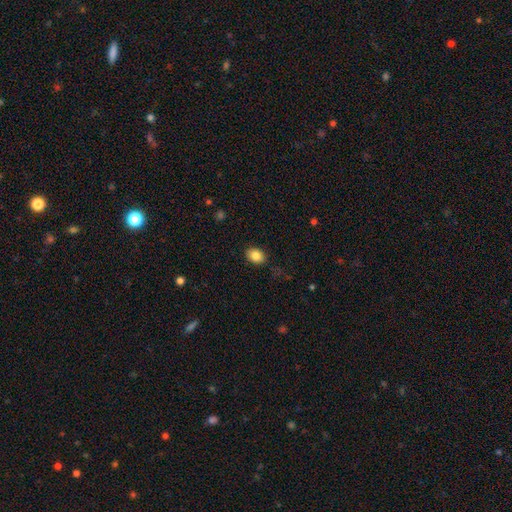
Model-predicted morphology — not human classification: smooth 85%, star or artifact 9%, featured or disk 7%. Down the decision tree: how rounded — in between (72%); merging — none (86%).